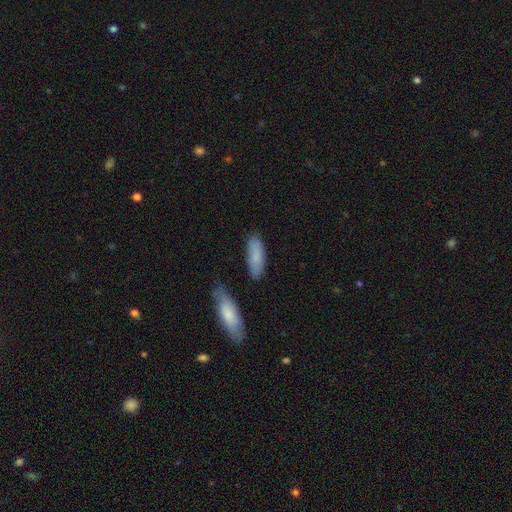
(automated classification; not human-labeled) smooth-or-featured: smooth: 81% | featured or disk: 13% | star or artifact: 6%
  how-rounded: in between: 62% | cigar-shaped: 36% | round: 2%
  merging: none: 77% | minor disturbance: 15% | merger: 4% | major disturbance: 3%